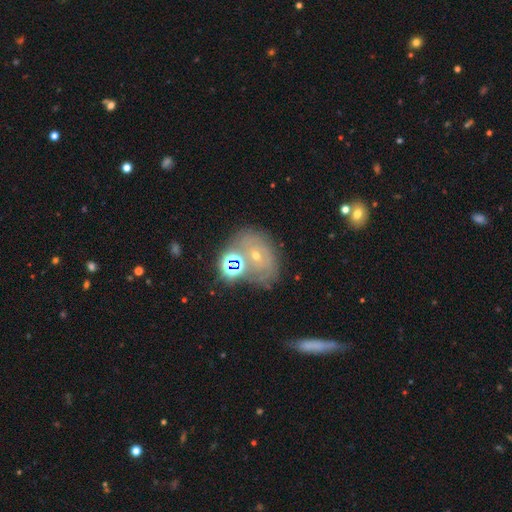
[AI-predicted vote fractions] Smooth or featured? Predicted: featured or disk (p=0.52). Edge-on disk? Predicted: no (p=0.94). Merging? Predicted: none (p=0.61).